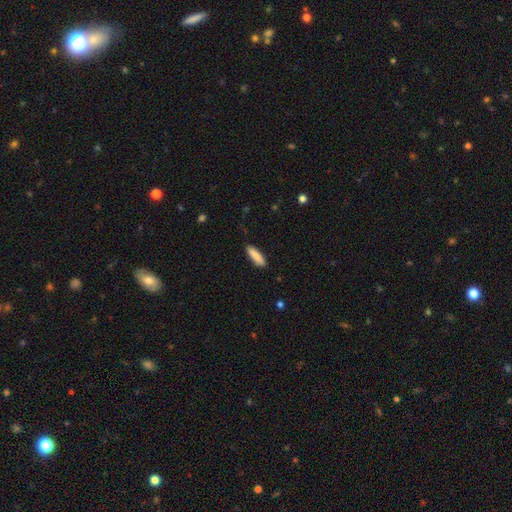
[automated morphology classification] Smooth or featured: smooth — 87% (featured or disk — 7%)
How rounded: cigar-shaped — 64% (in between — 34%)
Merging: none — 87% (minor disturbance — 10%)